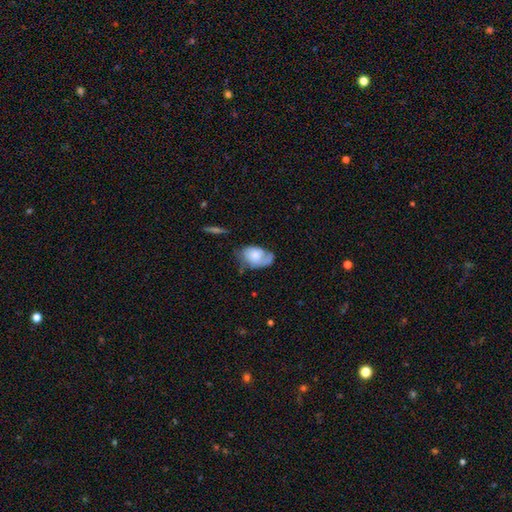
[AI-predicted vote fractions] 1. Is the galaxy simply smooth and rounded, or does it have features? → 60% smooth, 33% featured or disk, 7% star or artifact.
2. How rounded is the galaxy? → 88% in between, 10% round, 1% cigar-shaped.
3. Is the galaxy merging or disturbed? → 40% none, 34% minor disturbance, 20% major disturbance, 6% merger.